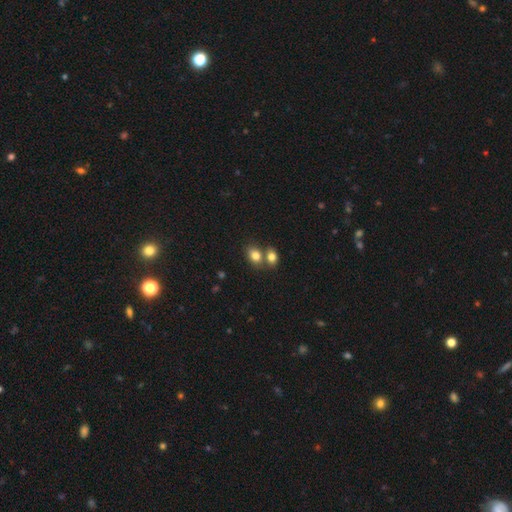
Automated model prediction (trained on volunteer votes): A smooth galaxy with no disk features (81%) that is in between round and cigar-shaped (61%).

Vote fractions:
- Smooth or featured? smooth: 81% / star or artifact: 10% / featured or disk: 9%
- How rounded? in between: 61% / round: 38% / cigar-shaped: 1%
- Merging? merger: 46% / none: 42% / minor disturbance: 9% / major disturbance: 3%